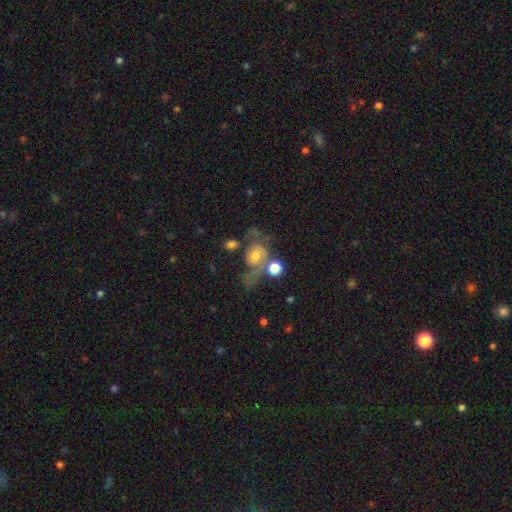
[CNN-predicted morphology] smooth_or_featured: featured or disk (p=0.56) [alt: smooth p=0.33]
disk_edge_on: no (p=0.95) [alt: yes p=0.05]
bar: no (p=0.76) [alt: weak p=0.19]
has_spiral_arms: yes (p=0.73) [alt: no p=0.27]
bulge_size: moderate (p=0.50) [alt: small p=0.34]
merging: none (p=0.34) [alt: major disturbance p=0.29]